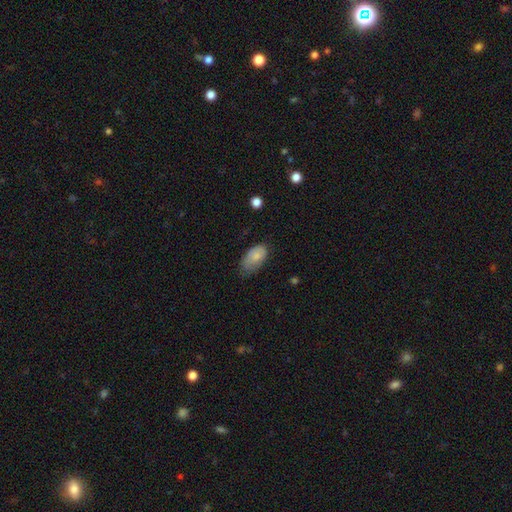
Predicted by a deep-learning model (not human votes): Smooth or featured?
  - smooth: 76% *
  - featured or disk: 17%
  - star or artifact: 7%
How rounded?
  - in between: 93% *
  - round: 5%
  - cigar-shaped: 2%
Merging?
  - none: 52% *
  - minor disturbance: 36%
  - major disturbance: 10%
  - merger: 1%